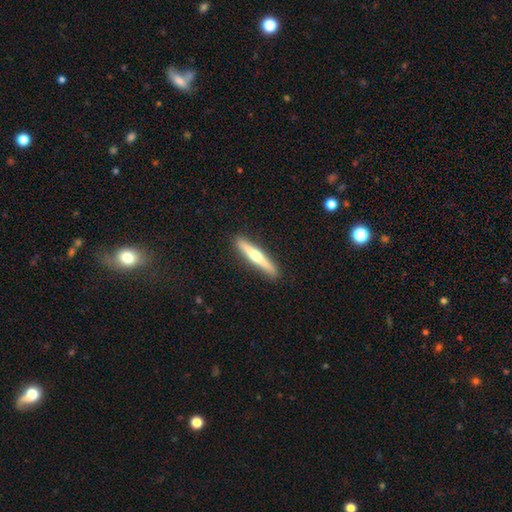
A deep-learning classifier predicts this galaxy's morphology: Smooth or featured? featured or disk (57%)
Edge-on disk? yes (96%)
Edge-on bulge? rounded (89%)
Merging? none (91%)